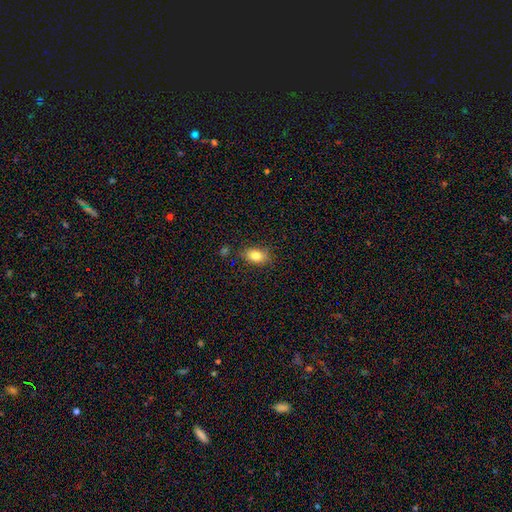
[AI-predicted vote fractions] A smooth galaxy with no disk features (82%) that is in between round and cigar-shaped (86%). Merging: none (81%).